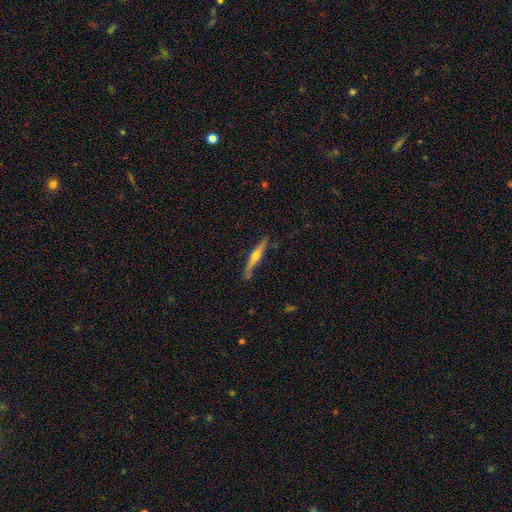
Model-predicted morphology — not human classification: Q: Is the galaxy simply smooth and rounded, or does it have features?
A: featured or disk — 68%.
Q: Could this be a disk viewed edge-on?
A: yes — 95%.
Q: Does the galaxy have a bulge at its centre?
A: rounded — 90%.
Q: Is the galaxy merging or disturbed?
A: none — 77%.